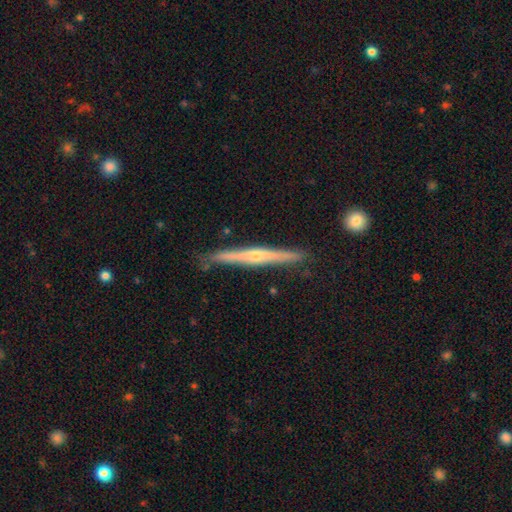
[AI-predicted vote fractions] The model was most divided on "edge-on bulge": rounded: 75%, none: 21%, boxy: 4%. More confident: edge-on disk — yes (98%); merging — none (86%); smooth or featured — featured or disk (74%).